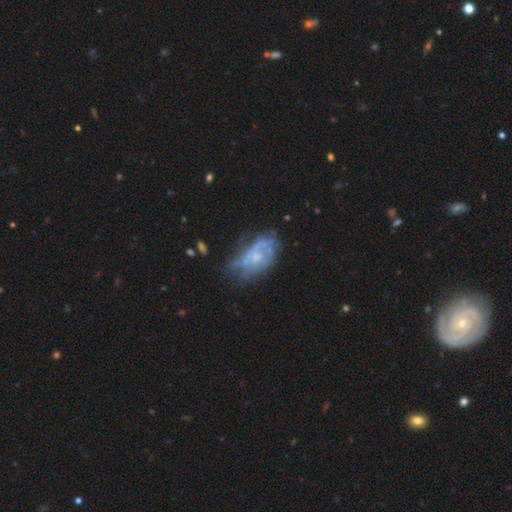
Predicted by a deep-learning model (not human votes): A featured or disk galaxy (66%) with no bar (76%), spiral arms (57%) and a small central bulge (48%).

Vote fractions:
- Smooth or featured? featured or disk: 66% / smooth: 25% / star or artifact: 9%
- Edge-on disk? no: 96% / yes: 4%
- Bar? no: 76% / weak: 20% / strong: 3%
- Spiral arms? yes: 57% / no: 43%
- Bulge size? small: 48% / moderate: 32% / none: 16% / large: 3% / dominant: 1%
- Merging? none: 44% / minor disturbance: 26% / major disturbance: 23% / merger: 6%